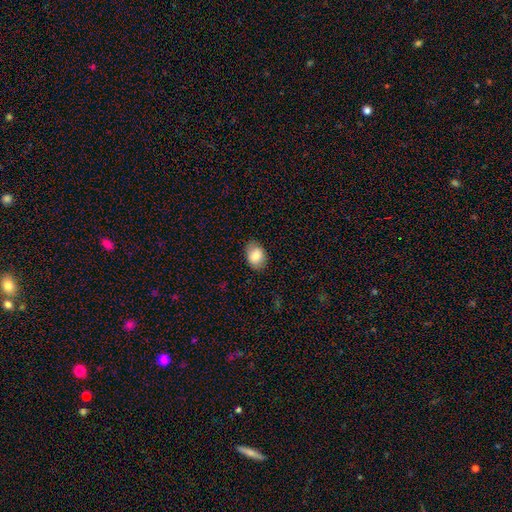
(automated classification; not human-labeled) This appears to be a smooth galaxy with no disk features (84%) that is in between round and cigar-shaped (75%). Merging: none (83%).